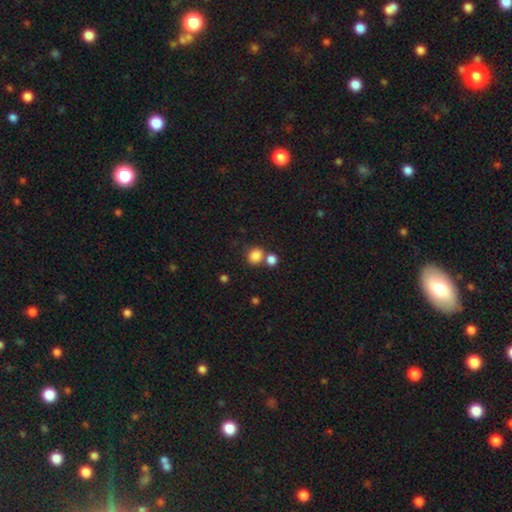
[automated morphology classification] Smooth or featured? smooth (84%)
How rounded? round (67%)
Merging? none (55%)